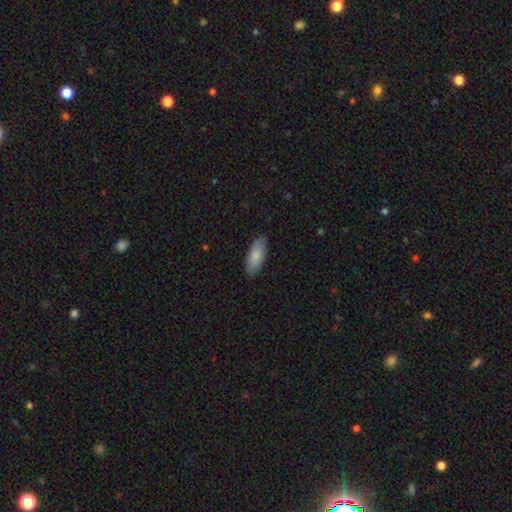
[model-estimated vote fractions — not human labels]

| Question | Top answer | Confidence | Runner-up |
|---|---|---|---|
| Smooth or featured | smooth | 84% | featured or disk (11%) |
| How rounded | in between | 81% | cigar-shaped (17%) |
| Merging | none | 86% | minor disturbance (11%) |